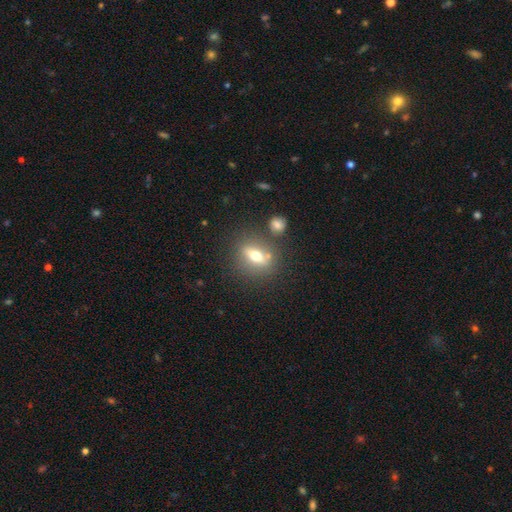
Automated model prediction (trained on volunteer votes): smooth_or_featured: smooth (p=0.53) [alt: featured or disk p=0.37]
how_rounded: in between (p=0.55) [alt: round p=0.30]
merging: none (p=0.75) [alt: minor disturbance p=0.11]